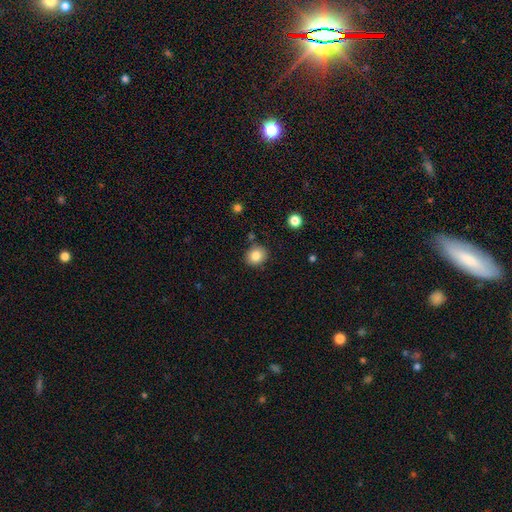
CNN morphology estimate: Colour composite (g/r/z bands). It shows a smooth galaxy with no disk features (84%) that is round (75%). Merging: none (84%).